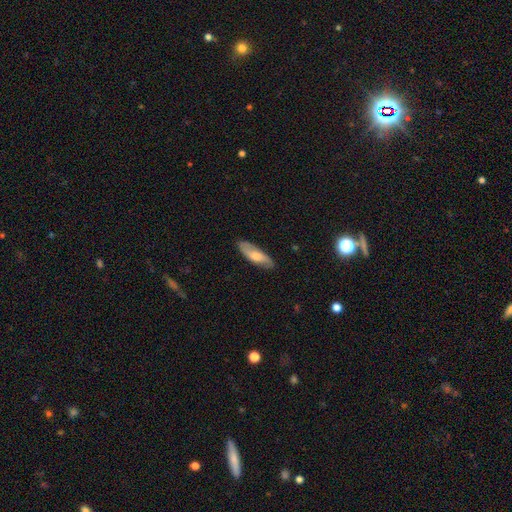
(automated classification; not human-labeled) A smooth galaxy with no disk features (57%) that is in between round and cigar-shaped (52%). Merging: none (83%).